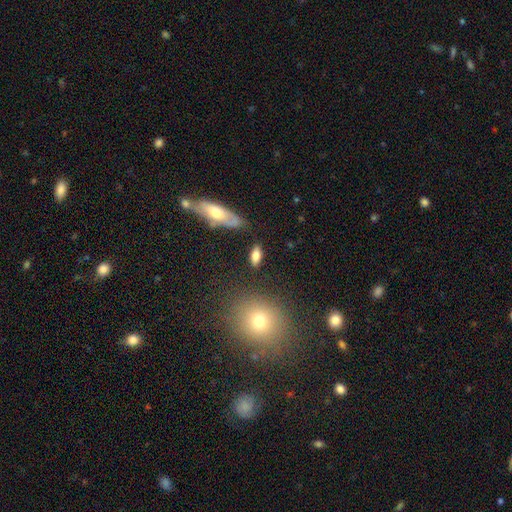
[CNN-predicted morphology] Smooth or featured: smooth — 76% (featured or disk — 16%)
How rounded: in between — 78% (cigar-shaped — 17%)
Merging: none — 80% (minor disturbance — 12%)